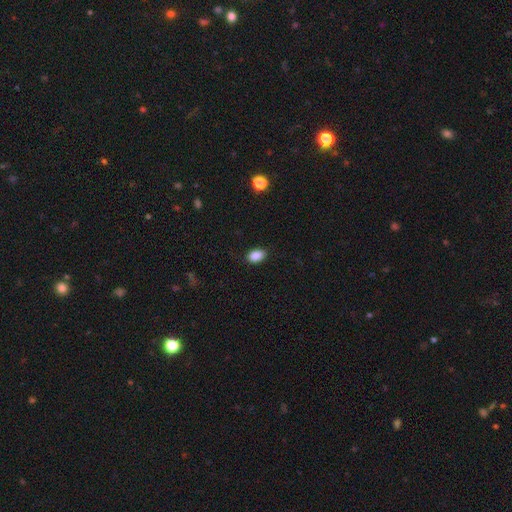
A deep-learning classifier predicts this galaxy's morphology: smooth_or_featured: smooth (p=0.88) [alt: star or artifact p=0.09]
how_rounded: in between (p=0.87) [alt: round p=0.11]
merging: none (p=0.86) [alt: minor disturbance p=0.10]